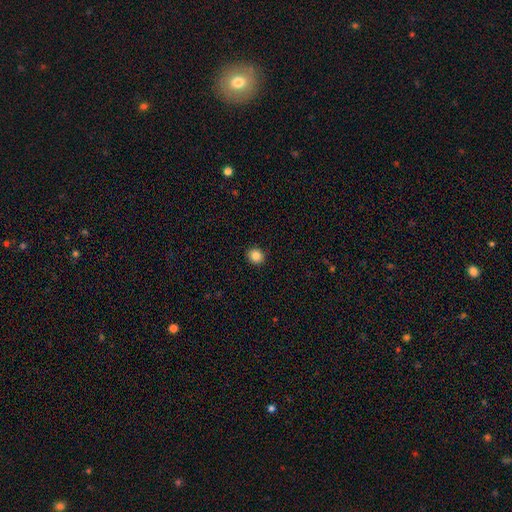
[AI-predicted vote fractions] Morphology: type=smooth (85%); roundness=round (81%); merging=none (92%).